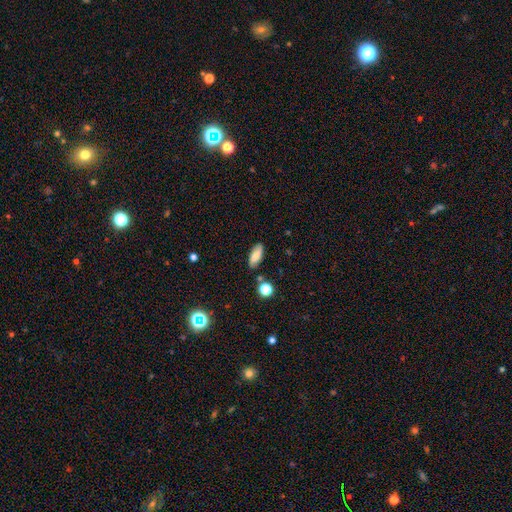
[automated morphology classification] smooth-or-featured: smooth: 78% | featured or disk: 13% | star or artifact: 9%
  how-rounded: in between: 77% | cigar-shaped: 20% | round: 3%
  merging: none: 81% | minor disturbance: 13% | merger: 3% | major disturbance: 3%